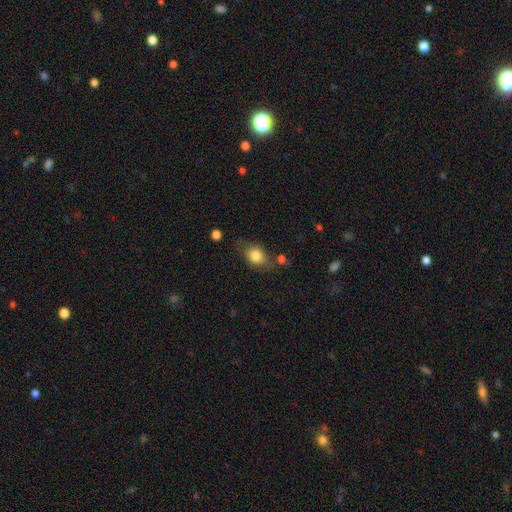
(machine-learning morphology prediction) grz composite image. It shows a smooth galaxy with no disk features (79%) that is in between round and cigar-shaped (71%). Merging: none (63%).